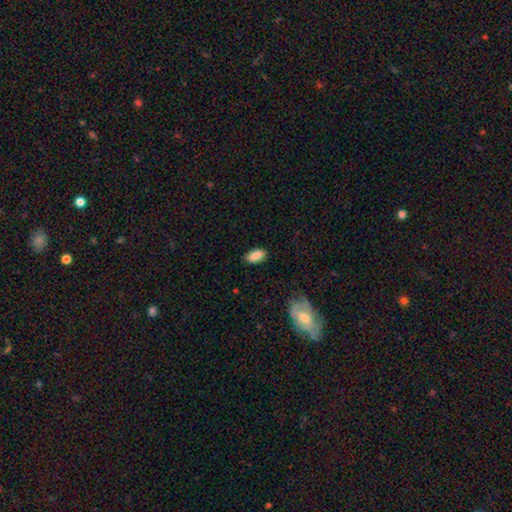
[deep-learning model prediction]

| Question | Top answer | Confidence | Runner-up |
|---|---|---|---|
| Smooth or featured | smooth | 87% | star or artifact (7%) |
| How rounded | in between | 92% | cigar-shaped (5%) |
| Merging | none | 81% | minor disturbance (15%) |